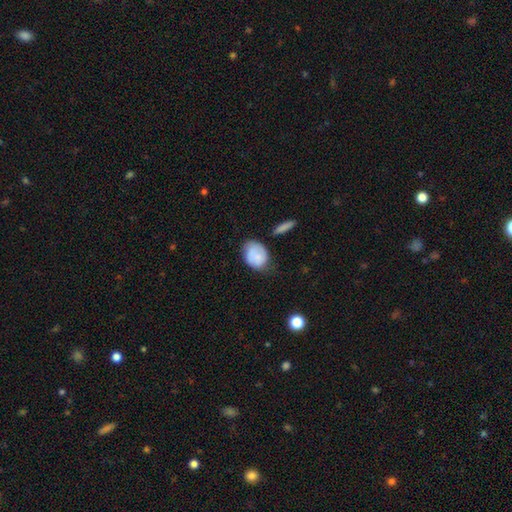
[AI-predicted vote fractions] smooth-or-featured: smooth: 80% | featured or disk: 13% | star or artifact: 7%
  how-rounded: in between: 63% | round: 35% | cigar-shaped: 1%
  merging: none: 60% | minor disturbance: 28% | major disturbance: 7% | merger: 5%